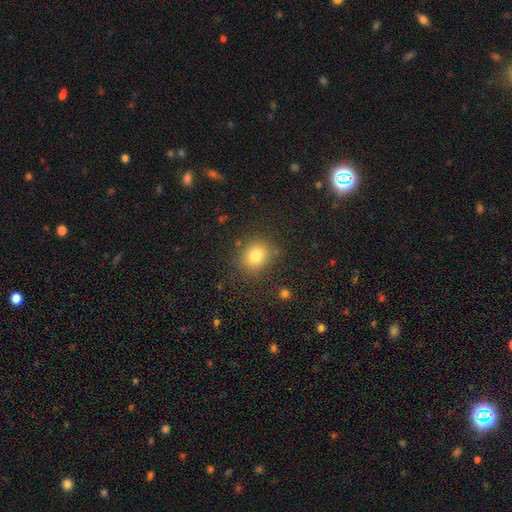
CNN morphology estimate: smooth 79%, star or artifact 13%, featured or disk 9%. Down the decision tree: how rounded — round (75%); merging — none (84%).